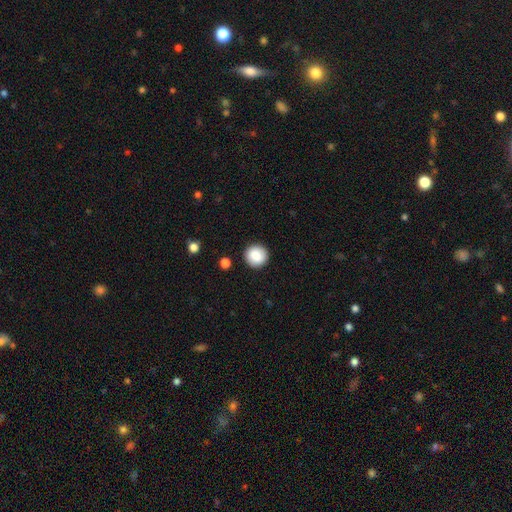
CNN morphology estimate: smooth-or-featured: smooth: 86% | star or artifact: 8% | featured or disk: 6%
  how-rounded: round: 94% | in between: 5% | cigar-shaped: 1%
  merging: none: 91% | minor disturbance: 6% | major disturbance: 2% | merger: 2%